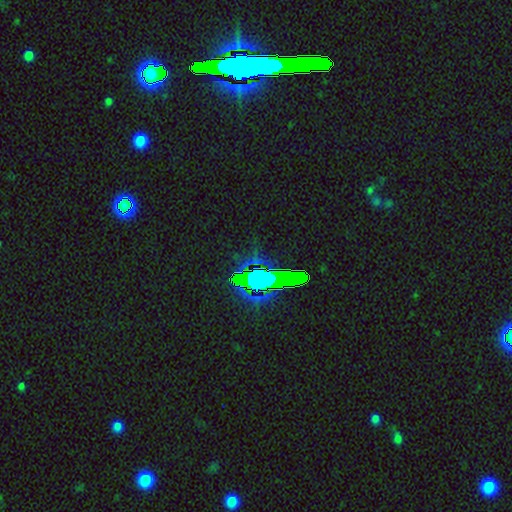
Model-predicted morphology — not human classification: smooth_or_featured: star or artifact (p=0.79) [alt: smooth p=0.11]